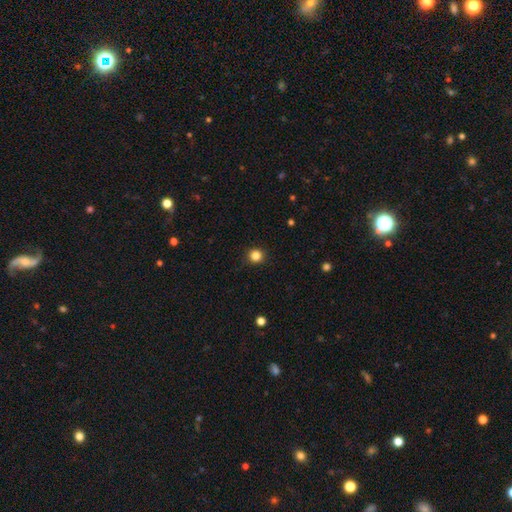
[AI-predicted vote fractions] Morphology: type=smooth (84%); roundness=round (94%); merging=none (92%).